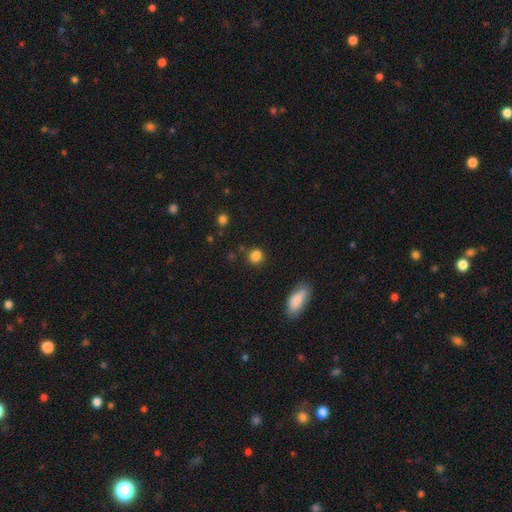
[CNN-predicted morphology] Smooth or featured: smooth — 84% (star or artifact — 12%)
How rounded: round — 75% (in between — 23%)
Merging: none — 77% (minor disturbance — 14%)